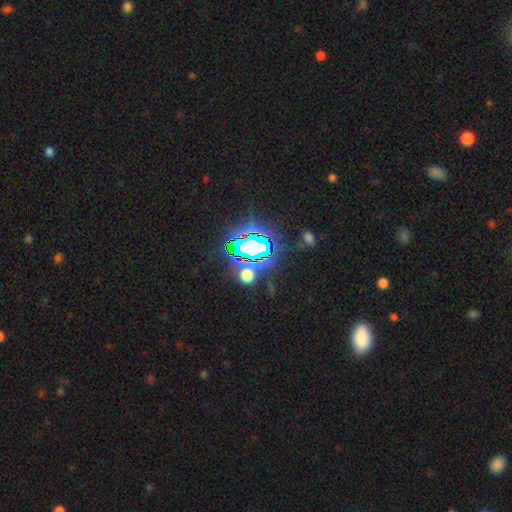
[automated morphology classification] star or artifact 74%, smooth 16%, featured or disk 11%.